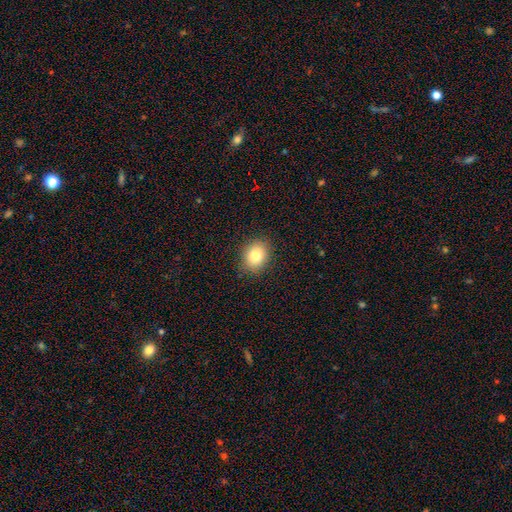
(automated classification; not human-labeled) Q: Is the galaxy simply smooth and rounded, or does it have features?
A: smooth — 81%.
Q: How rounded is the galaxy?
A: round — 53%.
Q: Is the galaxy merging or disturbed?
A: none — 88%.